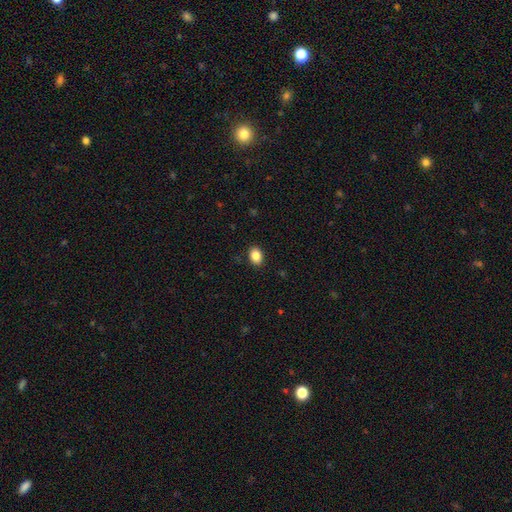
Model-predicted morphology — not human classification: Smooth or featured: smooth — 87% (star or artifact — 9%)
How rounded: in between — 73% (round — 26%)
Merging: none — 89% (minor disturbance — 8%)